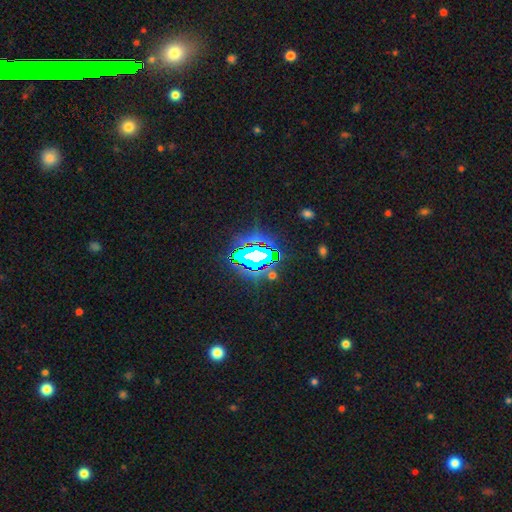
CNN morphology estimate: Smooth or featured: star or artifact — 71% (smooth — 15%)